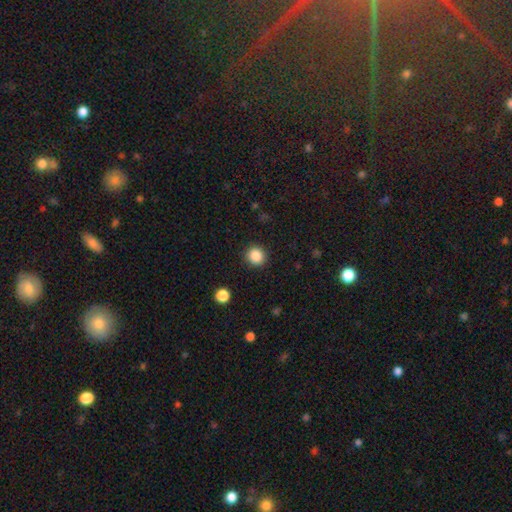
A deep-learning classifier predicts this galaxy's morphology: Smooth or featured: smooth — 86% (star or artifact — 11%)
How rounded: round — 91% (in between — 8%)
Merging: none — 91% (minor disturbance — 6%)